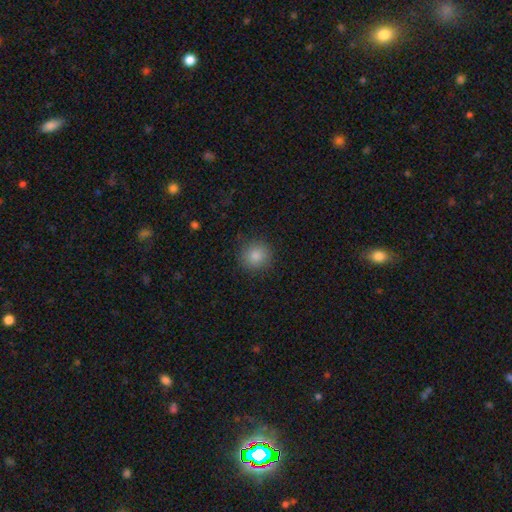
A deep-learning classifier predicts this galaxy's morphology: smooth 85%, star or artifact 10%, featured or disk 5%. Down the decision tree: how rounded — round (91%); merging — none (88%).